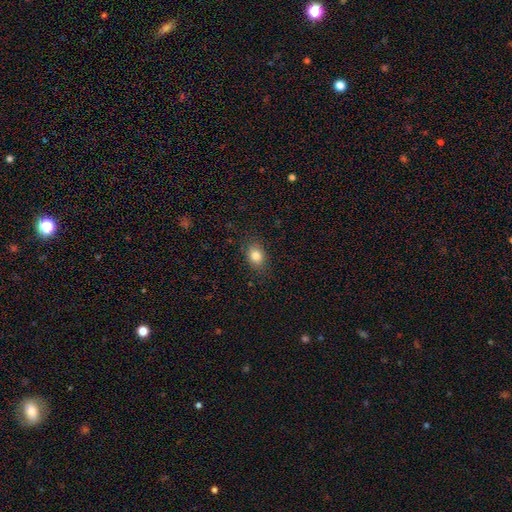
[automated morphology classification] Q: Smooth or featured?
A: smooth (82%); runner-up: star or artifact (10%)
Q: How rounded?
A: in between (59%); runner-up: round (39%)
Q: Merging?
A: none (85%); runner-up: minor disturbance (11%)